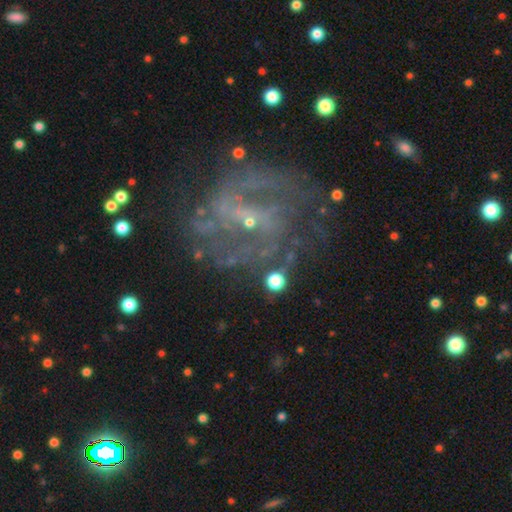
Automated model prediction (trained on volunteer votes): This is clearly a featured or disk galaxy (83%). It is clearly not viewed edge-on (98%). Bar: possibly weak (45%). Spiral arm pattern: clearly yes (89%). Spiral arm count: marginally 2 (40%). Spiral winding: possibly medium (47%). Central bulge: clearly small (81%). Merging: likely none (66%).